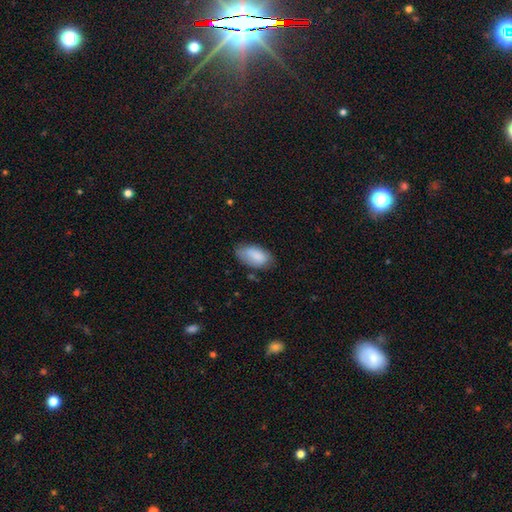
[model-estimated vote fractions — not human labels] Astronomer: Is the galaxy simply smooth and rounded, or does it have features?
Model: smooth — 84%.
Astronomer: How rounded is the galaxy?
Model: in between — 94%.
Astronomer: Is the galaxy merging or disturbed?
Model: none — 65%.